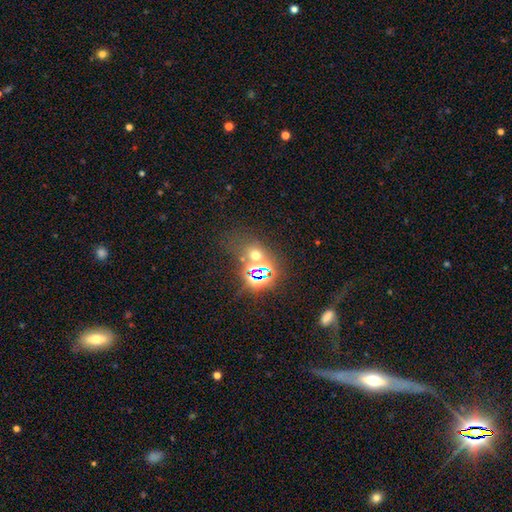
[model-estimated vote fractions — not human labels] A star or artifact, not a galaxy (50%).

Vote fractions:
- Smooth or featured? star or artifact: 50% / smooth: 39% / featured or disk: 11%